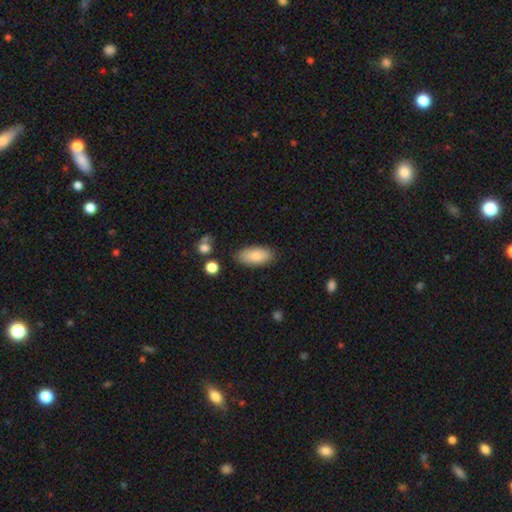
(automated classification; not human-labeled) Morphology: type=smooth (85%); roundness=in between (90%); merging=none (80%).